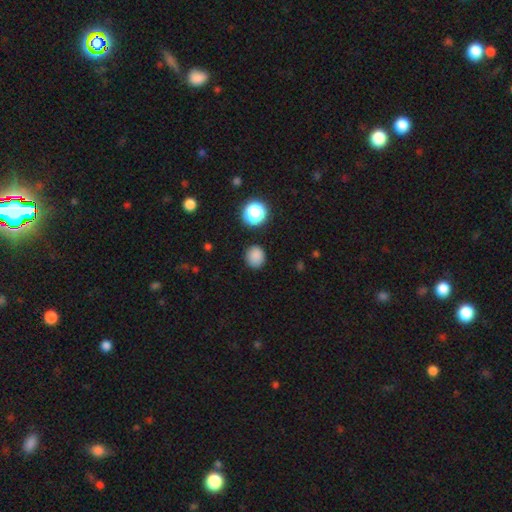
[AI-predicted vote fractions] Overall: smooth (82%). How rounded: round (82%). Merging: none (85%).